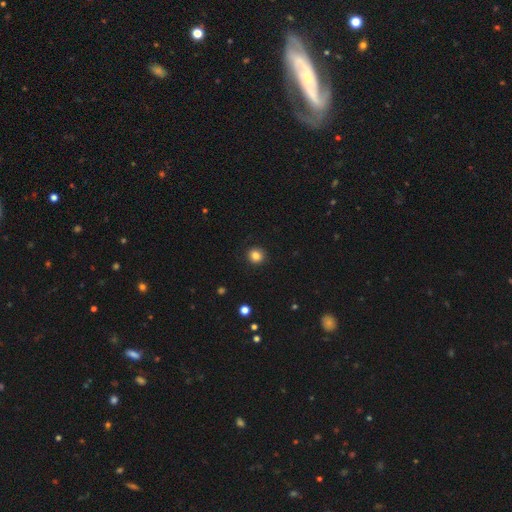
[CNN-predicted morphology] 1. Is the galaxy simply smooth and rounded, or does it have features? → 84% smooth, 11% star or artifact, 5% featured or disk.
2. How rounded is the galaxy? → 91% round, 8% in between, 1% cigar-shaped.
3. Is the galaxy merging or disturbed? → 91% none, 6% minor disturbance, 2% major disturbance, 1% merger.